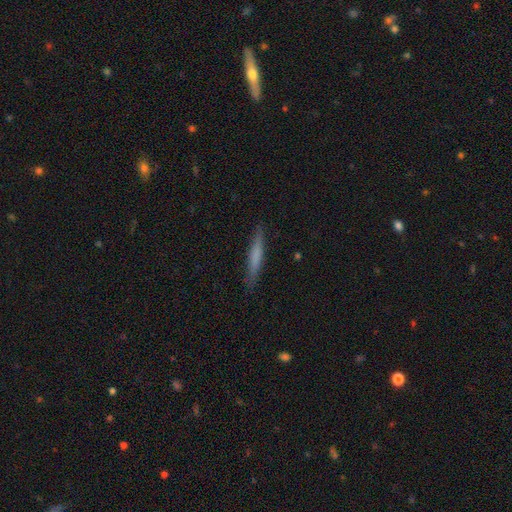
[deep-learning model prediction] Smooth or featured? smooth (63%)
How rounded? cigar-shaped (95%)
Merging? none (88%)